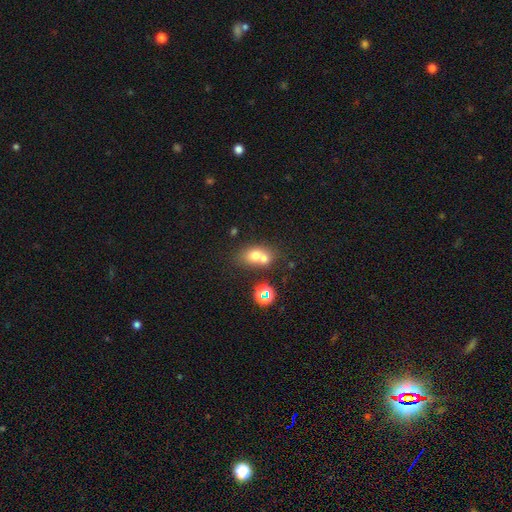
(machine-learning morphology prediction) smooth 66%, featured or disk 20%, star or artifact 14%. Down the decision tree: how rounded — in between (56%); merging — merger (57%).